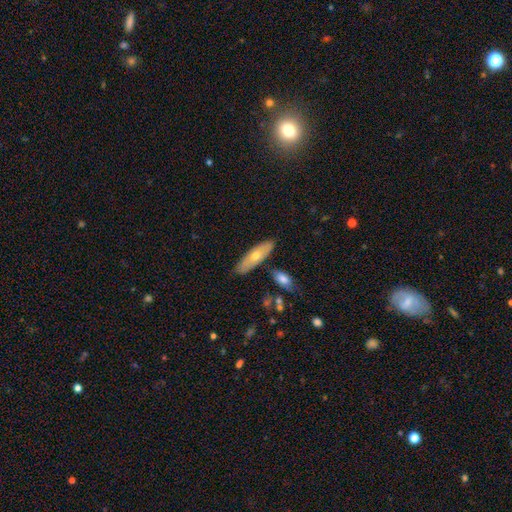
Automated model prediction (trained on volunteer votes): This is possibly a smooth galaxy (56%). How rounded: possibly cigar-shaped (51%). Merging: clearly none (81%).